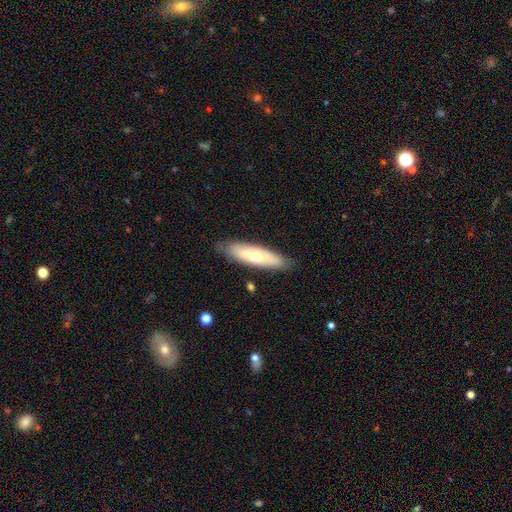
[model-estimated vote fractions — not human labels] This appears to be a smooth galaxy with no disk features (55%) that is cigar-shaped (61%). Merging: none (83%).